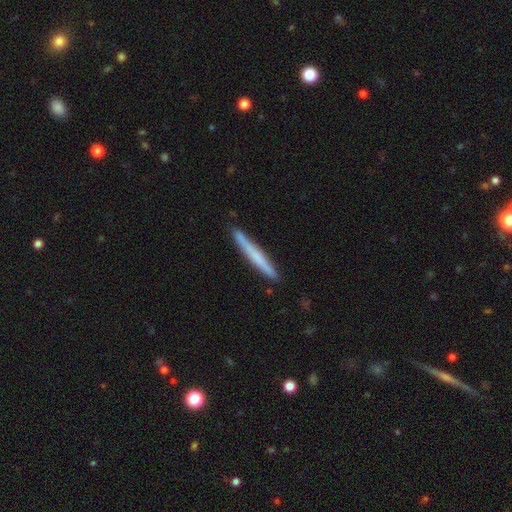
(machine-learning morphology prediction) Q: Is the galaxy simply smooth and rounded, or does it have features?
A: smooth — 58%.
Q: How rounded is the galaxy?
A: cigar-shaped — 97%.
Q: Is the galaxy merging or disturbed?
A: none — 90%.